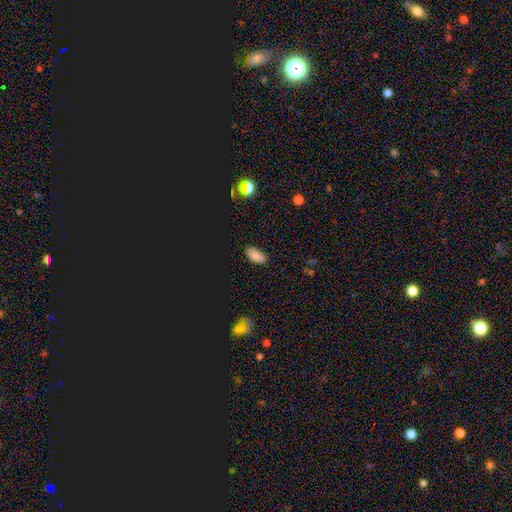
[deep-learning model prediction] The model was most divided on "smooth or featured": smooth: 75%, star or artifact: 20%, featured or disk: 6%. More confident: how rounded — in between (93%); merging — none (84%).